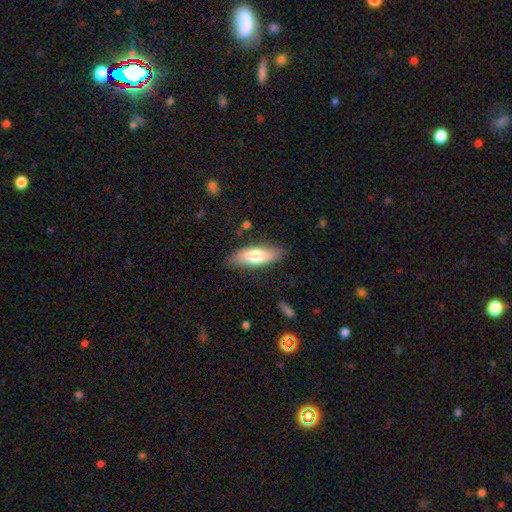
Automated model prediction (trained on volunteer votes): smooth 72%, featured or disk 23%, star or artifact 6%. Down the decision tree: how rounded — in between (65%); merging — none (82%).